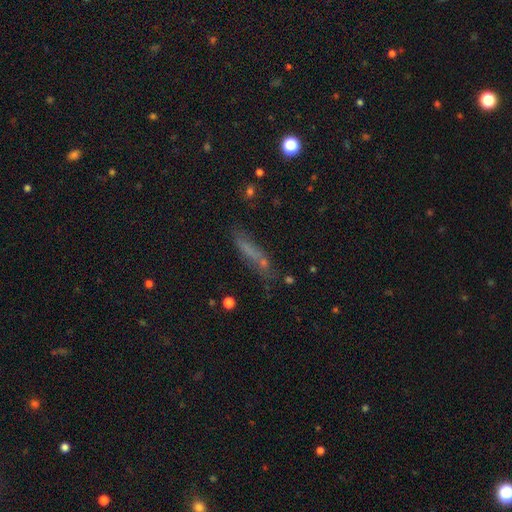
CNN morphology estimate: Smooth or featured? smooth (51%)
How rounded? cigar-shaped (80%)
Merging? none (58%)